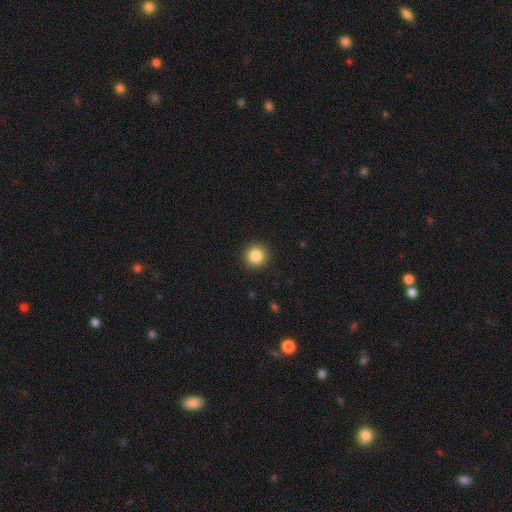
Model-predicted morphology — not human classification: smooth 86%, star or artifact 10%, featured or disk 5%. Down the decision tree: how rounded — round (95%); merging — none (93%).